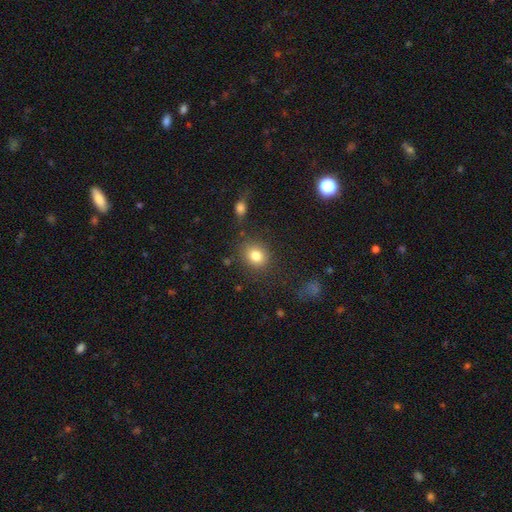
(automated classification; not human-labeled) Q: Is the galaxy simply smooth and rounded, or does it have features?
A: smooth — 82%.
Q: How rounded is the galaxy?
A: round — 64%.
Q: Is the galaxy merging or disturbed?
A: none — 80%.